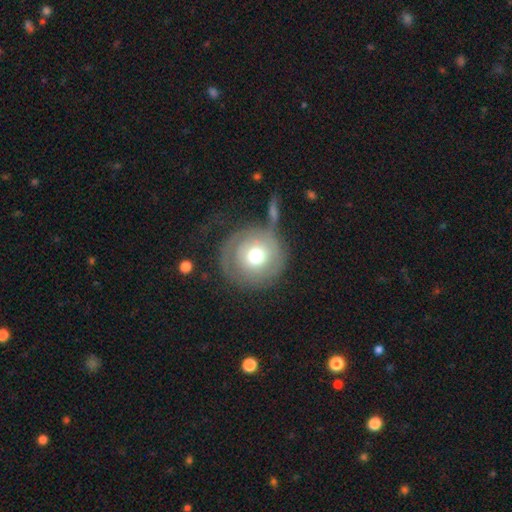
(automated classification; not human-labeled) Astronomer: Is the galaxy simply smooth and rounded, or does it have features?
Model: featured or disk — 55% (runner-up: smooth, 37%).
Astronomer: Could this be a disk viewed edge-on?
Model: no — 96%.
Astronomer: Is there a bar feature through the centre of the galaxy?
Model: no — 85%.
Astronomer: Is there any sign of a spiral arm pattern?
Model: yes — 61% (runner-up: no, 39%).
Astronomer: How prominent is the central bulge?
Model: moderate — 73%.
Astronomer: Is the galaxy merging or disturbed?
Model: none — 62%.